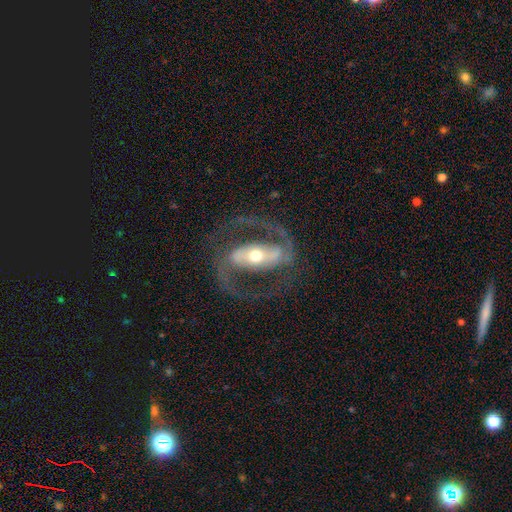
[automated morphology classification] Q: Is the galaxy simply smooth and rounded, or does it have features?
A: featured or disk — 91%.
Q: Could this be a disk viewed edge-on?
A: no — 95%.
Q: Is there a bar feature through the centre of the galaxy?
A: strong — 65%.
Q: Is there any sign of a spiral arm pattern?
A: yes — 94%.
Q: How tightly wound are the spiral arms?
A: medium — 61%.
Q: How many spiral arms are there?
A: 2 — 93%.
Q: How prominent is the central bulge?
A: moderate — 66%.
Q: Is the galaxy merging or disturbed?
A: none — 77%.